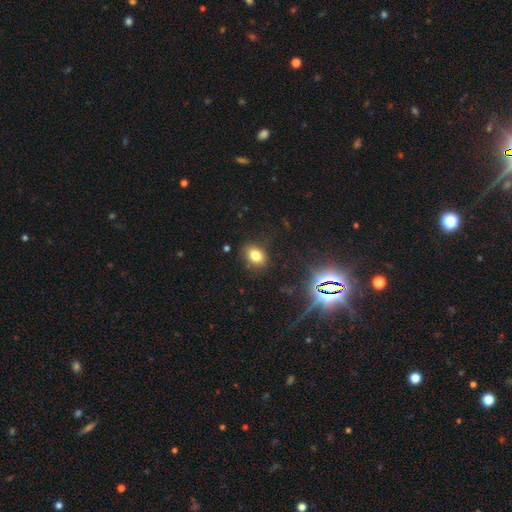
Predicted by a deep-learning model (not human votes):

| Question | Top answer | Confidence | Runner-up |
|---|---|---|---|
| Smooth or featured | smooth | 77% | star or artifact (15%) |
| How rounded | in between | 66% | round (33%) |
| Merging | none | 83% | minor disturbance (12%) |